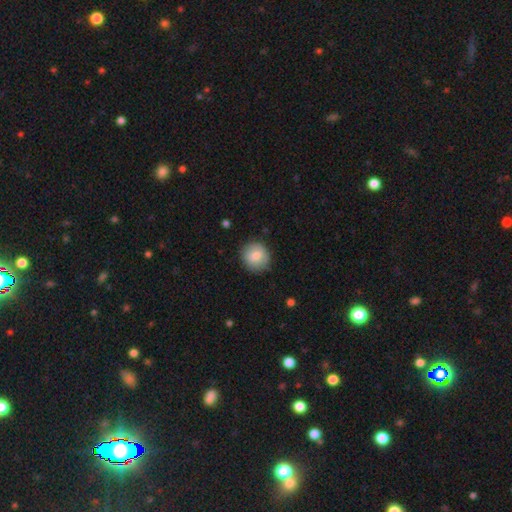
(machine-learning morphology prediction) Overall: smooth (80%). How rounded: round (88%). Merging: none (84%).